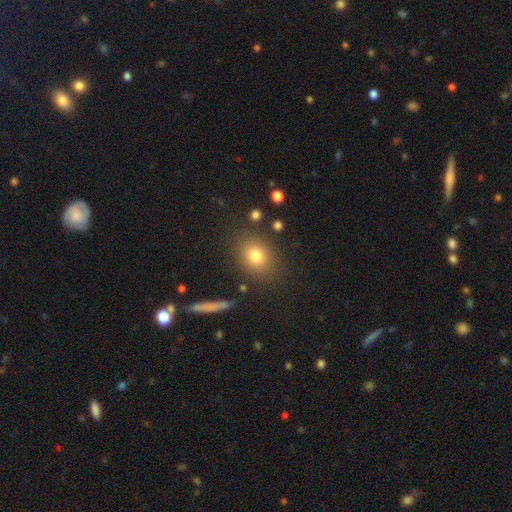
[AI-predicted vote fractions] Smooth or featured? smooth (77%)
How rounded? round (55%)
Merging? none (83%)